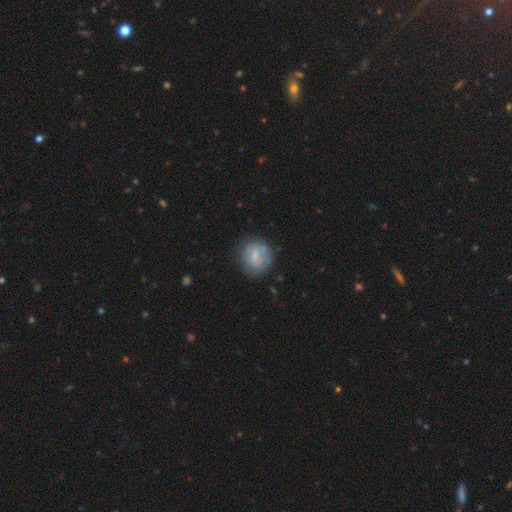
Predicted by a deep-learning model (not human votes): A smooth galaxy with no disk features (67%) that is round (85%). Merging: none (71%).